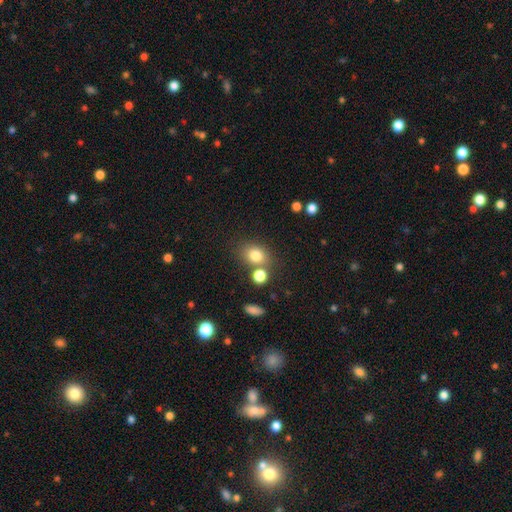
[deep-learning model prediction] Smooth or featured?
  - smooth: 80% *
  - star or artifact: 12%
  - featured or disk: 9%
How rounded?
  - round: 50% *
  - in between: 49%
  - cigar-shaped: 1%
Merging?
  - none: 64% *
  - merger: 19%
  - minor disturbance: 12%
  - major disturbance: 5%